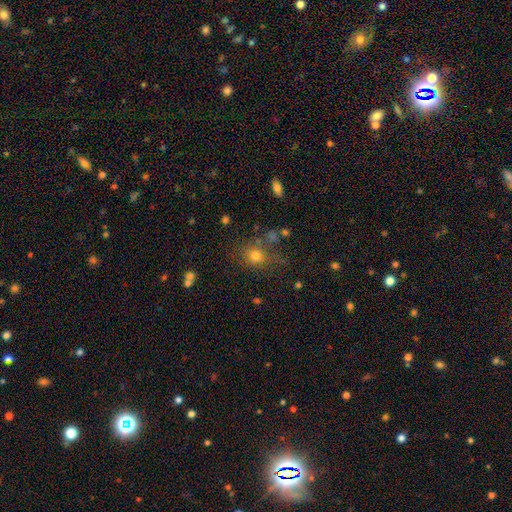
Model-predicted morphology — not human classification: smooth 72%, star or artifact 19%, featured or disk 10%. Down the decision tree: how rounded — round (78%); merging — none (66%).